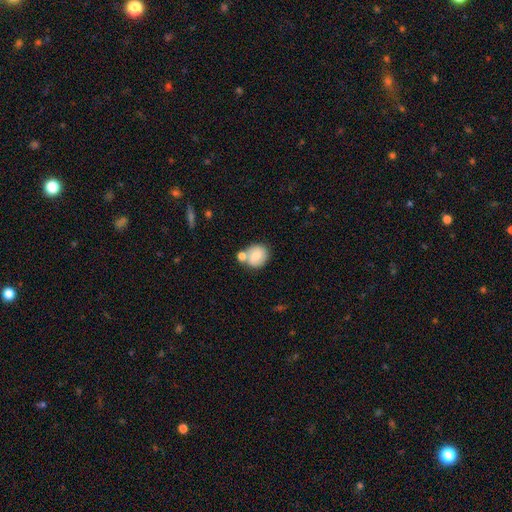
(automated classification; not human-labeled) Overall: smooth (68%). How rounded: round (74%). Merging: none (50%; merger 31%).